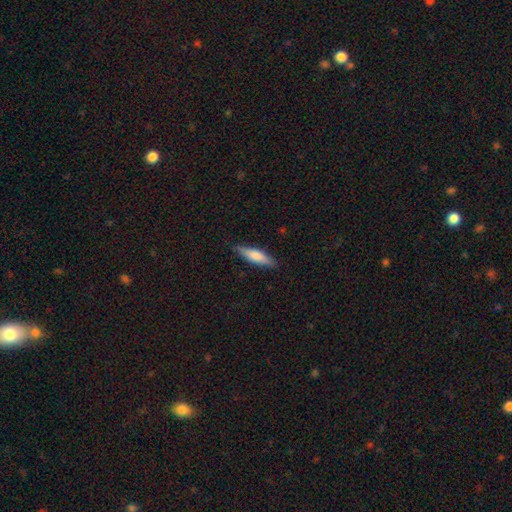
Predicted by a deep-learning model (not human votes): smooth-or-featured: smooth: 70% | featured or disk: 25% | star or artifact: 5%
  how-rounded: cigar-shaped: 70% | in between: 28% | round: 2%
  merging: none: 86% | minor disturbance: 11% | major disturbance: 2% | merger: 1%